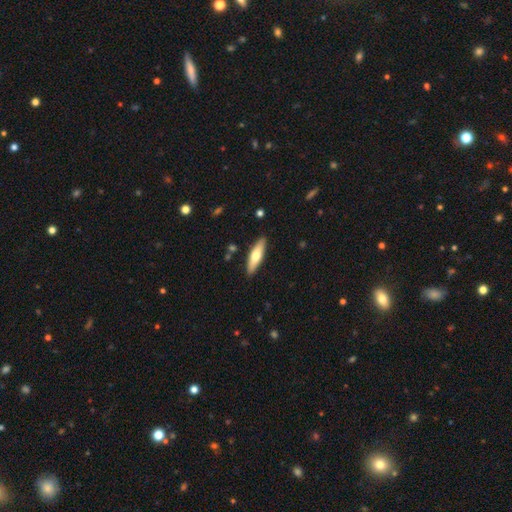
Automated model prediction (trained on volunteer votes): This appears to be a smooth galaxy with no disk features (60%) that is cigar-shaped (61%). Merging: none (88%).